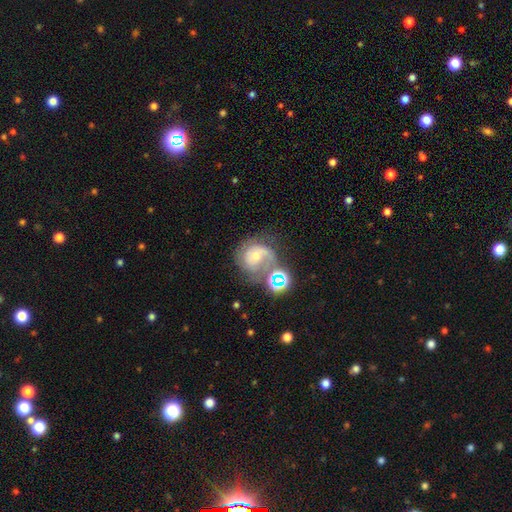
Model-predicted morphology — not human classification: Smooth or featured?
  - featured or disk: 71% *
  - smooth: 16%
  - star or artifact: 13%
Edge-on disk?
  - no: 98% *
  - yes: 2%
Bar?
  - no: 57% *
  - weak: 34%
  - strong: 9%
Spiral arms?
  - yes: 91% *
  - no: 9%
Spiral winding?
  - medium: 43% *
  - tight: 41%
  - loose: 15%
Spiral arm count?
  - 2: 50% *
  - can't tell: 21%
  - 3: 12%
  - 1: 10%
  - 4: 3%
  - more than 4: 3%
Bulge size?
  - moderate: 49% *
  - small: 44%
  - large: 3%
  - none: 2%
  - dominant: 1%
Merging?
  - none: 45% *
  - merger: 23%
  - minor disturbance: 17%
  - major disturbance: 15%